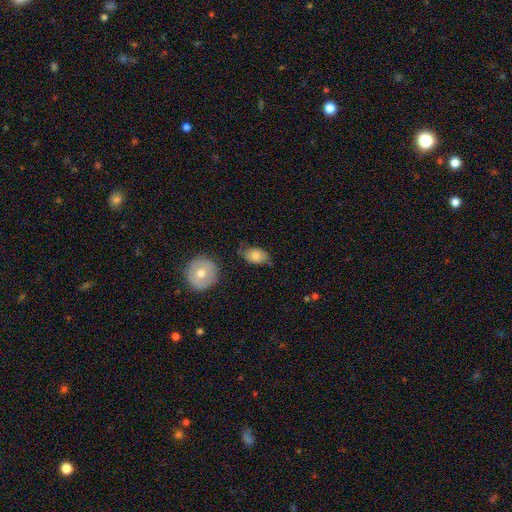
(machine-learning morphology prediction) Smooth or featured? smooth (76%)
How rounded? in between (82%)
Merging? none (62%)